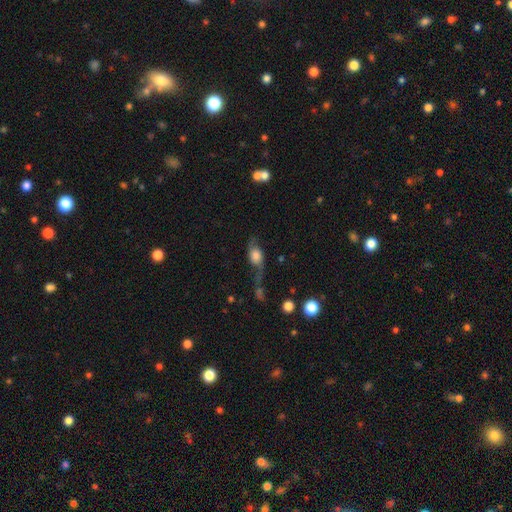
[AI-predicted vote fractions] featured or disk 46%, smooth 44%, star or artifact 10%. Down the decision tree: merging — none (31%).